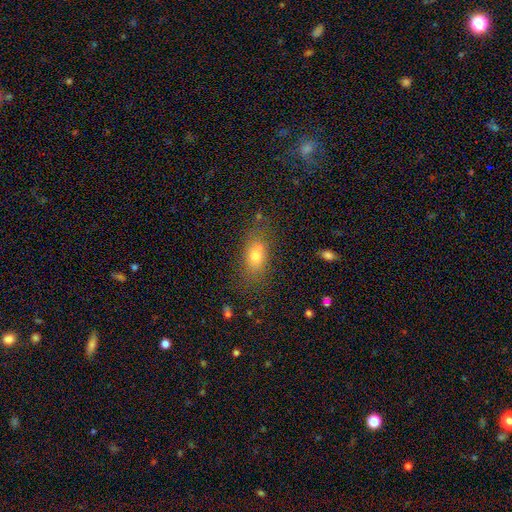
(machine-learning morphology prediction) Smooth or featured? smooth (72%)
How rounded? in between (76%)
Merging? none (66%)